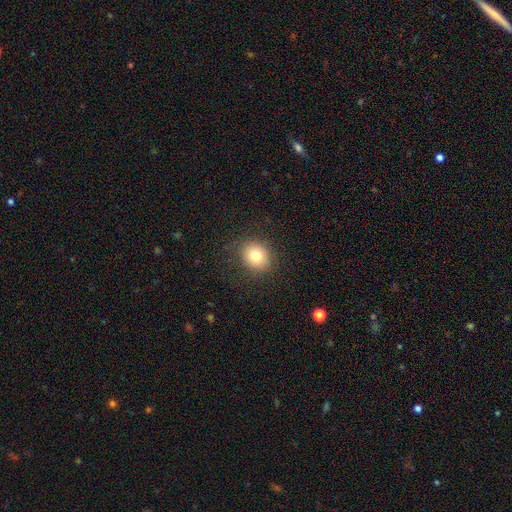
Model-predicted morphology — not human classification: smooth-or-featured: smooth: 80% | star or artifact: 11% | featured or disk: 9%
  how-rounded: round: 68% | in between: 31% | cigar-shaped: 1%
  merging: none: 86% | minor disturbance: 9% | major disturbance: 4% | merger: 1%